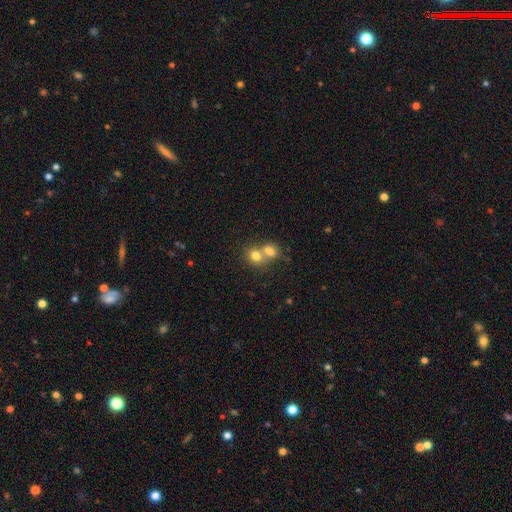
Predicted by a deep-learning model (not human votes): A smooth galaxy with no disk features (76%) that is round (63%).

Vote fractions:
- Smooth or featured? smooth: 76% / featured or disk: 13% / star or artifact: 11%
- How rounded? round: 63% / in between: 36% / cigar-shaped: 1%
- Merging? merger: 64% / none: 27% / minor disturbance: 6% / major disturbance: 3%